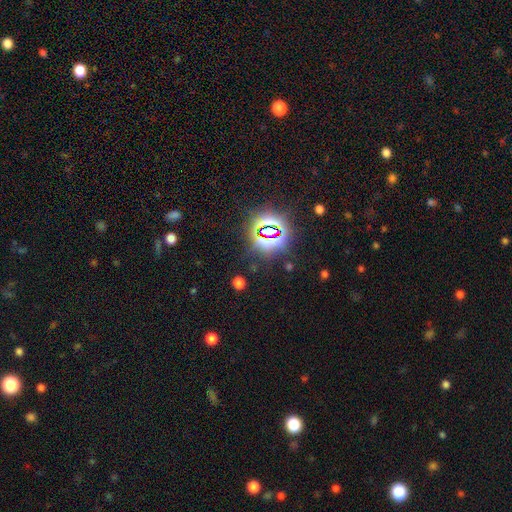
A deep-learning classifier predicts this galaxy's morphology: Overall: star or artifact (79%).